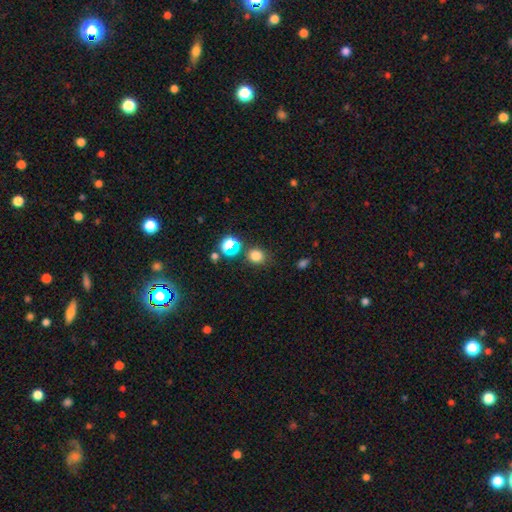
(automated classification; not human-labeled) Smooth or featured?
  - smooth: 77% *
  - star or artifact: 17%
  - featured or disk: 5%
How rounded?
  - round: 74% *
  - in between: 25%
  - cigar-shaped: 1%
Merging?
  - none: 77% *
  - minor disturbance: 11%
  - merger: 9%
  - major disturbance: 4%